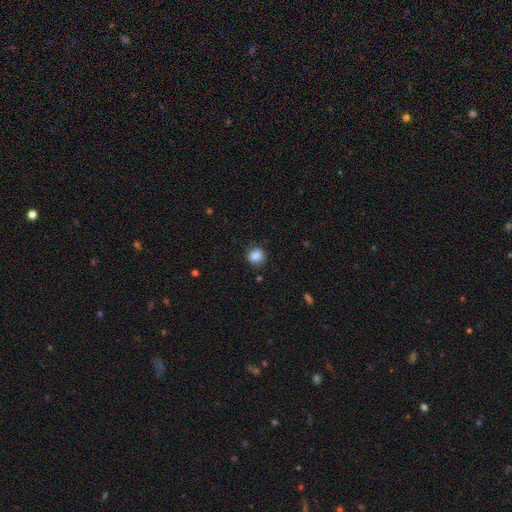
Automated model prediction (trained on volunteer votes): Smooth or featured: smooth — 86% (star or artifact — 9%)
How rounded: round — 74% (in between — 25%)
Merging: none — 80% (minor disturbance — 15%)